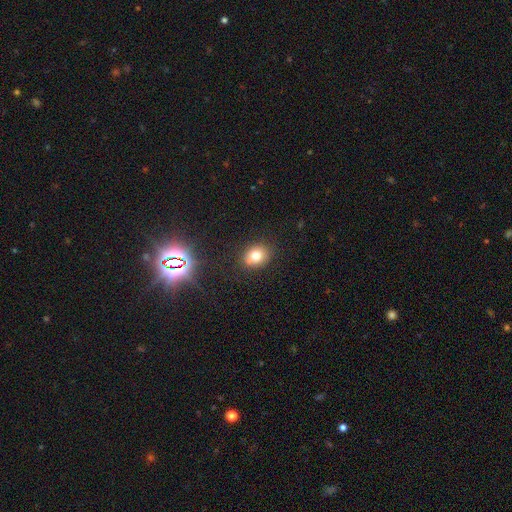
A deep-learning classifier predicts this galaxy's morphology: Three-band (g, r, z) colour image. It shows a smooth galaxy with no disk features (74%) that is round (54%). Merging: none (79%).